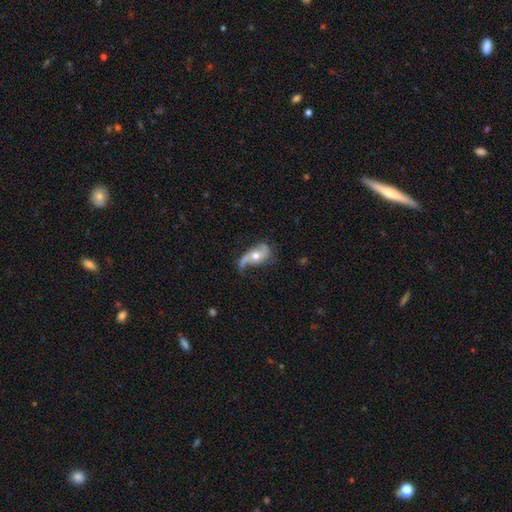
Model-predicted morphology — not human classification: smooth_or_featured: featured or disk (p=0.74) [alt: smooth p=0.20]
disk_edge_on: no (p=0.94) [alt: yes p=0.06]
bar: no (p=0.66) [alt: weak p=0.25]
has_spiral_arms: yes (p=0.88) [alt: no p=0.12]
spiral_winding: loose (p=0.72) [alt: medium p=0.21]
spiral_arm_count: 2 (p=0.68) [alt: 1 p=0.24]
bulge_size: moderate (p=0.71) [alt: small p=0.20]
merging: none (p=0.42) [alt: minor disturbance p=0.28]